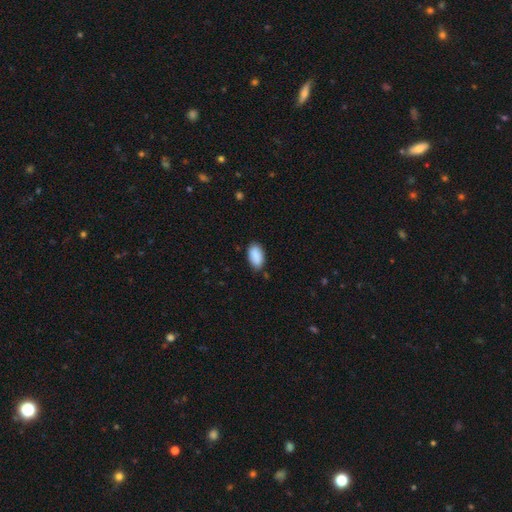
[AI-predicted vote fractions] A smooth galaxy with no disk features (90%) that is in between round and cigar-shaped (95%). Merging: none (81%).